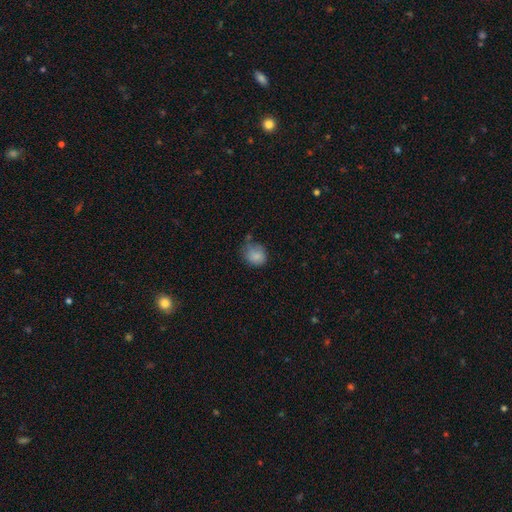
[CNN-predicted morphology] A smooth galaxy with no disk features (82%) that is round (63%). Merging: none (52%).